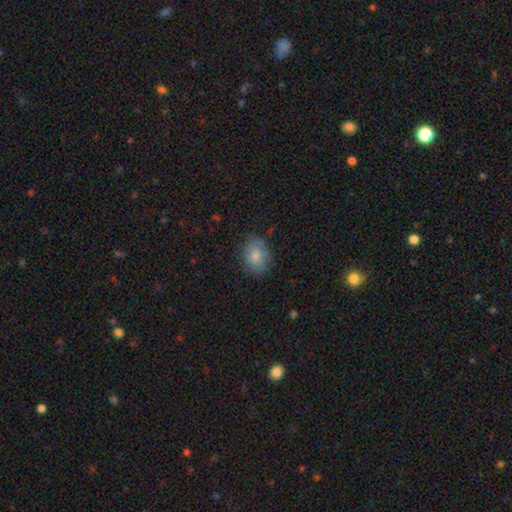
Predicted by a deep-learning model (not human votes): Smooth or featured? smooth (78%)
How rounded? in between (58%)
Merging? none (72%)